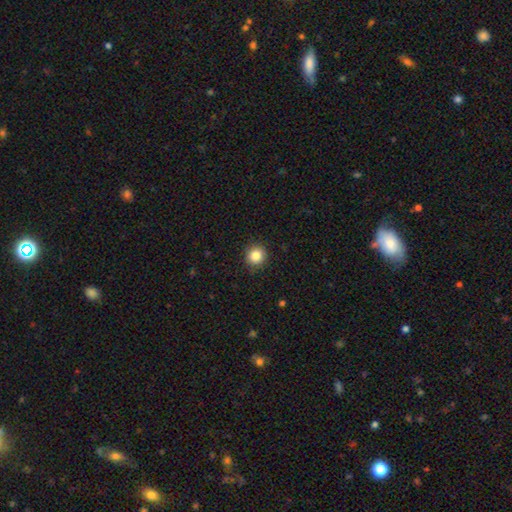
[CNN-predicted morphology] A smooth galaxy with no disk features (85%) that is round (92%).

Vote fractions:
- Smooth or featured? smooth: 85% / star or artifact: 10% / featured or disk: 5%
- How rounded? round: 92% / in between: 7% / cigar-shaped: 1%
- Merging? none: 91% / minor disturbance: 6% / major disturbance: 2% / merger: 1%